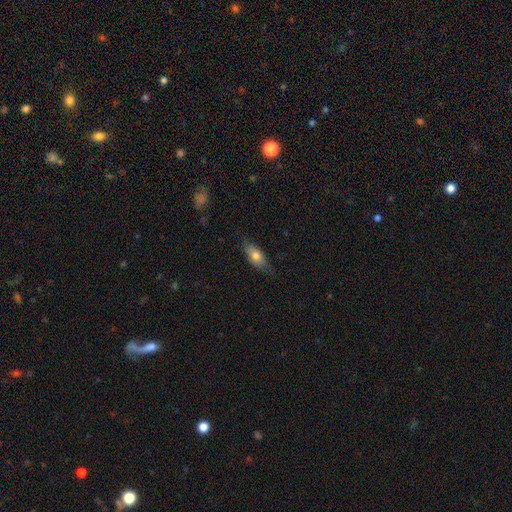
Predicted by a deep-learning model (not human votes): This appears to be a smooth galaxy with no disk features (70%) that is in between round and cigar-shaped (79%). Merging: none (72%).